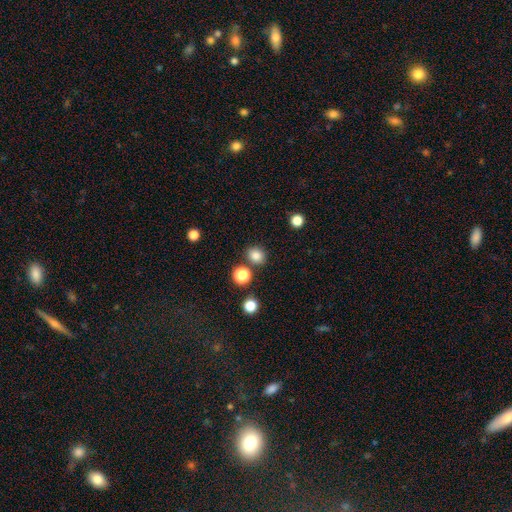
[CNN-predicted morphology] smooth_or_featured: smooth (p=0.83) [alt: star or artifact p=0.13]
how_rounded: round (p=0.67) [alt: in between p=0.32]
merging: none (p=0.81) [alt: minor disturbance p=0.09]